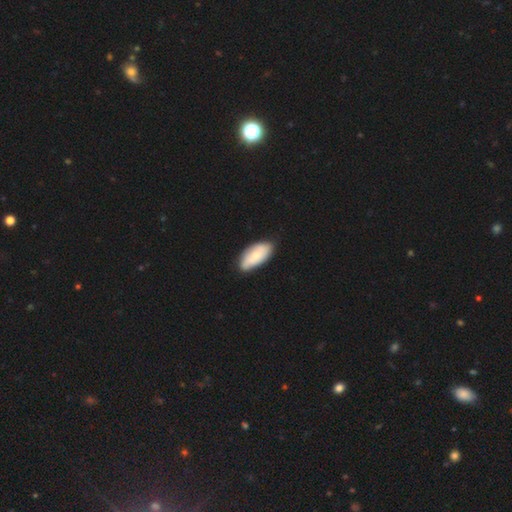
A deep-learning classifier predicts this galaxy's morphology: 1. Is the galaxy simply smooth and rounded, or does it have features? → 63% smooth, 31% featured or disk, 5% star or artifact.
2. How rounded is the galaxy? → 92% in between, 6% cigar-shaped, 2% round.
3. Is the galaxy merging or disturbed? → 77% none, 19% minor disturbance, 3% major disturbance, 2% merger.